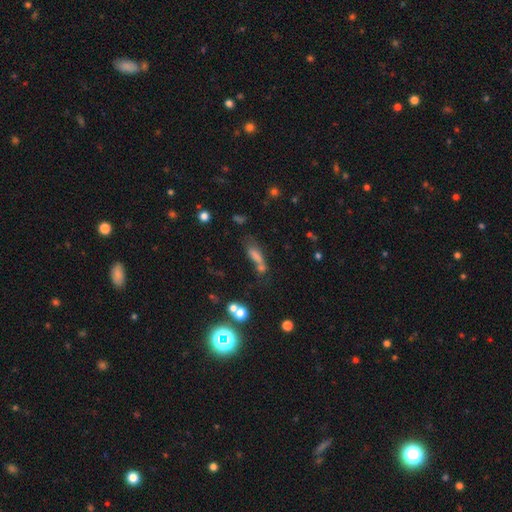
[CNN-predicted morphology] smooth_or_featured: smooth (p=0.61) [alt: star or artifact p=0.22]
how_rounded: in between (p=0.48) [alt: cigar-shaped p=0.43]
merging: none (p=0.39) [alt: merger p=0.28]